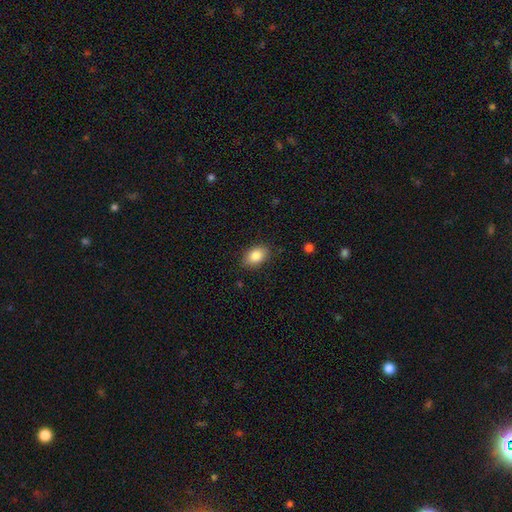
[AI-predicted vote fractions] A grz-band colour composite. It shows a smooth galaxy with no disk features (84%) that is in between round and cigar-shaped (85%). Merging: none (86%).